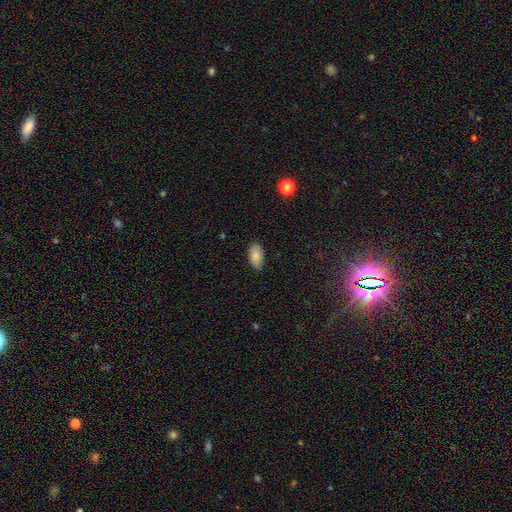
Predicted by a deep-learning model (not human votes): smooth-or-featured: smooth: 83% | featured or disk: 10% | star or artifact: 7%
  how-rounded: in between: 95% | round: 3% | cigar-shaped: 2%
  merging: none: 81% | minor disturbance: 16% | major disturbance: 2% | merger: 1%